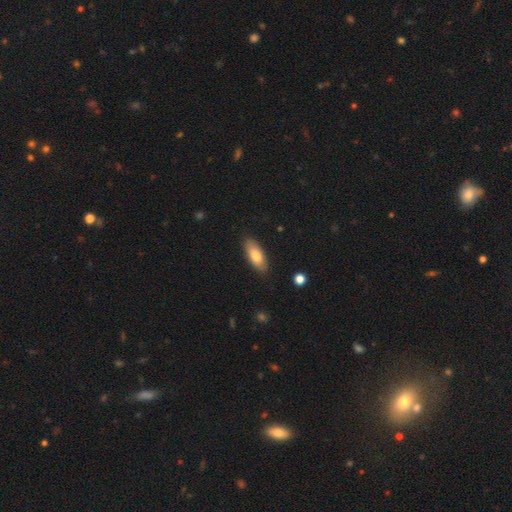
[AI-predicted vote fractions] smooth-or-featured: smooth: 79% | featured or disk: 15% | star or artifact: 6%
  how-rounded: in between: 78% | cigar-shaped: 20% | round: 2%
  merging: none: 86% | minor disturbance: 11% | major disturbance: 2% | merger: 1%